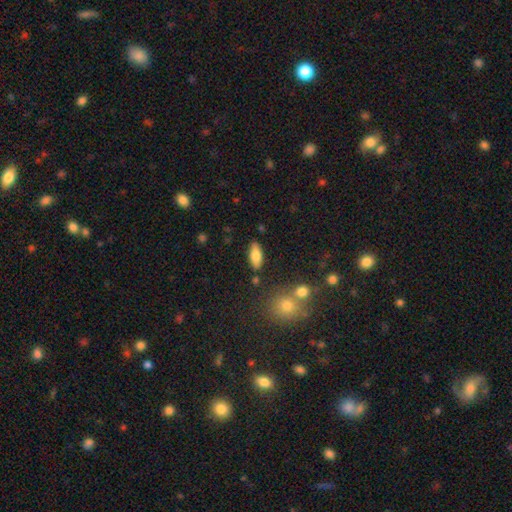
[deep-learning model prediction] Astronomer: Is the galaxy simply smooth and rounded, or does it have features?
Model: smooth — 76%.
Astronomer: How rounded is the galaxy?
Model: in between — 82%.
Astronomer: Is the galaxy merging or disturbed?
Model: none — 83%.